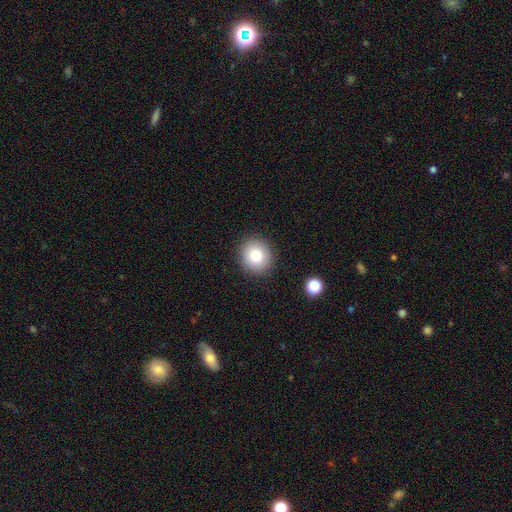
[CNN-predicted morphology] type=smooth (81%); roundness=round (85%); merging=none (90%).